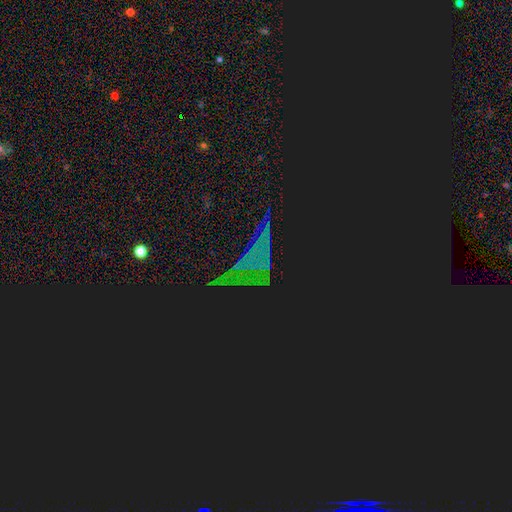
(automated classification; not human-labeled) A star or artifact, not a galaxy (72%).

Vote fractions:
- Smooth or featured? star or artifact: 72% / smooth: 15% / featured or disk: 14%